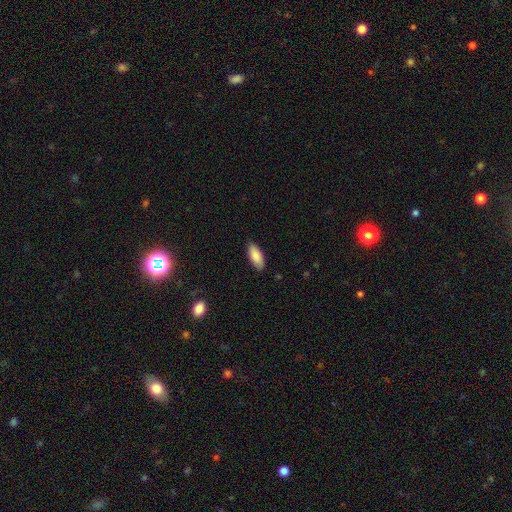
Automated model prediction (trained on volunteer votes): This appears to be a smooth galaxy with no disk features (87%) that is in between round and cigar-shaped (82%). Merging: none (87%).